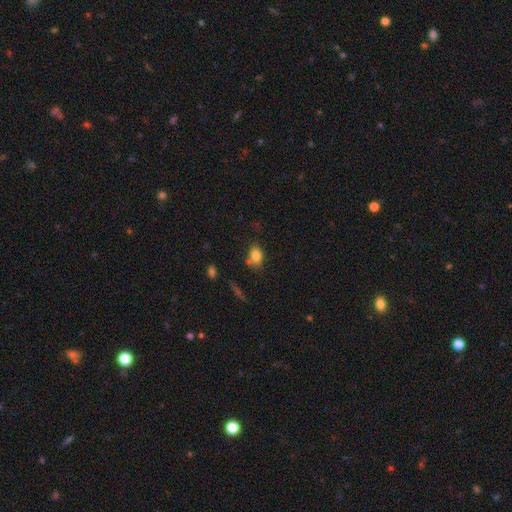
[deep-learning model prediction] Smooth or featured? Predicted: smooth (p=0.82). How rounded? Predicted: in between (p=0.74). Merging? Predicted: none (p=0.63).